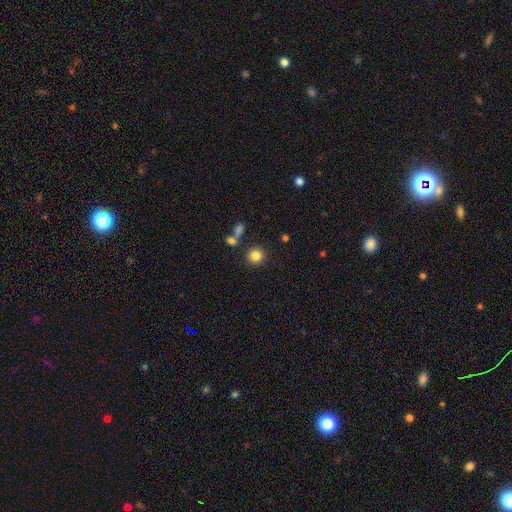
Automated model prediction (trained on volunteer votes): Morphology: type=smooth (84%); roundness=round (90%); merging=none (81%).